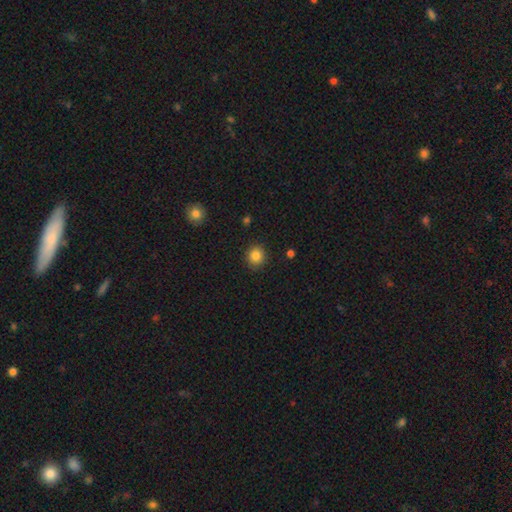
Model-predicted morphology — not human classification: A smooth galaxy with no disk features (84%) that is round (88%). Merging: none (90%).